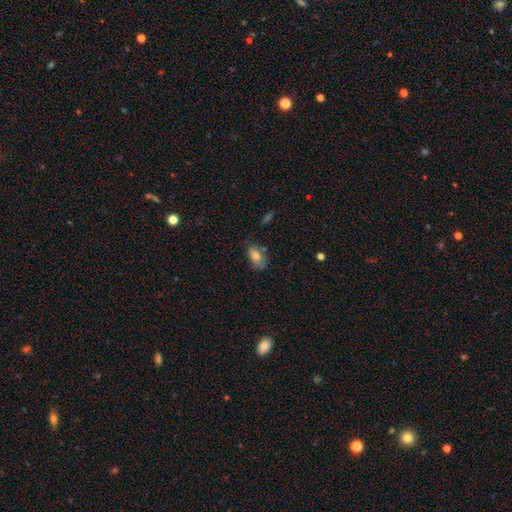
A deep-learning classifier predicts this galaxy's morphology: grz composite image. It shows a smooth galaxy with no disk features (78%) that is in between round and cigar-shaped (87%). Merging: none (56%).